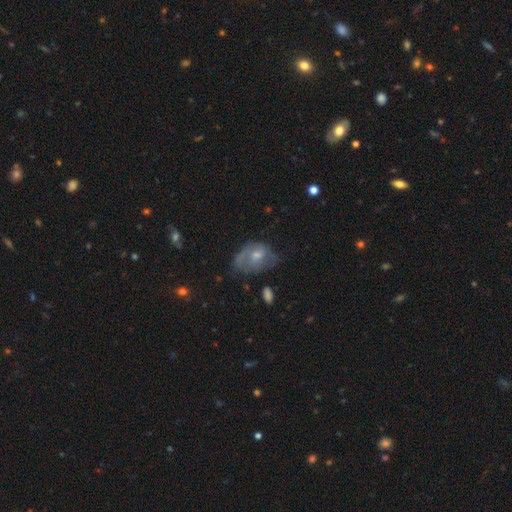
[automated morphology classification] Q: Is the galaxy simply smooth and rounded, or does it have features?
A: featured or disk — 52%.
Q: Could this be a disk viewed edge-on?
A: no — 96%.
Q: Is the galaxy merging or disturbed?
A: none — 38%.